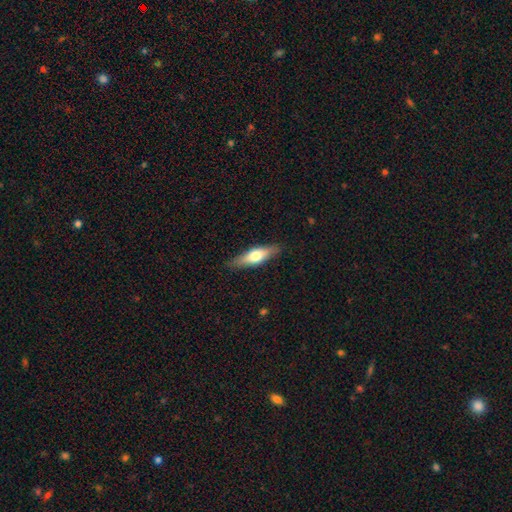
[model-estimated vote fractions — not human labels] Smooth or featured: smooth — 56% (featured or disk — 39%)
How rounded: cigar-shaped — 51% (in between — 46%)
Merging: none — 85% (minor disturbance — 12%)